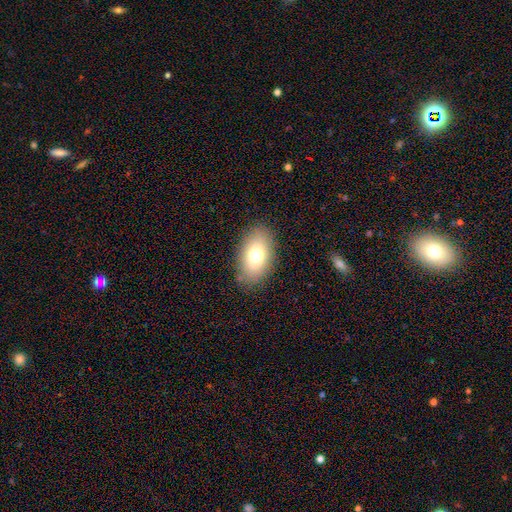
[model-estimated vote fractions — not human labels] A smooth galaxy with no disk features (72%) that is in between round and cigar-shaped (89%).

Vote fractions:
- Smooth or featured? smooth: 72% / featured or disk: 18% / star or artifact: 10%
- How rounded? in between: 89% / round: 9% / cigar-shaped: 2%
- Merging? none: 84% / minor disturbance: 11% / major disturbance: 3% / merger: 1%